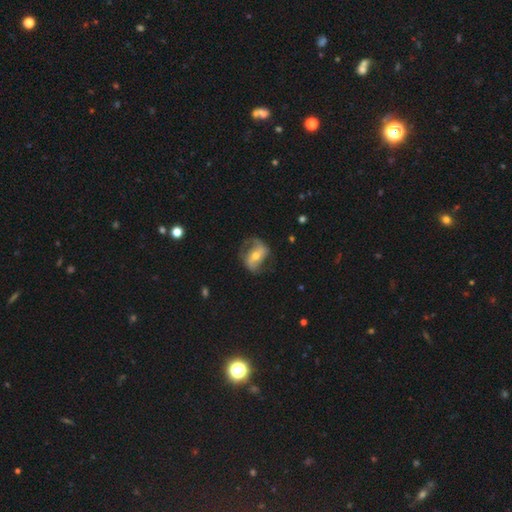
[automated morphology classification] type=featured or disk (76%); edge-on=no (96%); bar=strong (39%); spiral arms=yes (88%); winding=medium (42%); arm count=2 (85%); bulge=moderate (59%); merging=none (63%).